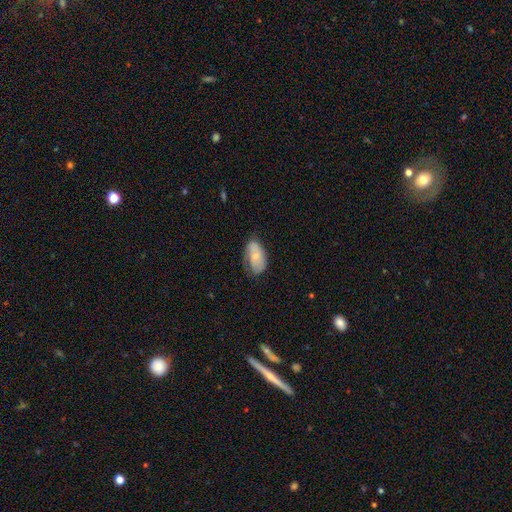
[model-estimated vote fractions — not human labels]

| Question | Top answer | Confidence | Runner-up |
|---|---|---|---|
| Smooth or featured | smooth | 61% | featured or disk (32%) |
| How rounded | in between | 92% | round (5%) |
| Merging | none | 56% | minor disturbance (32%) |